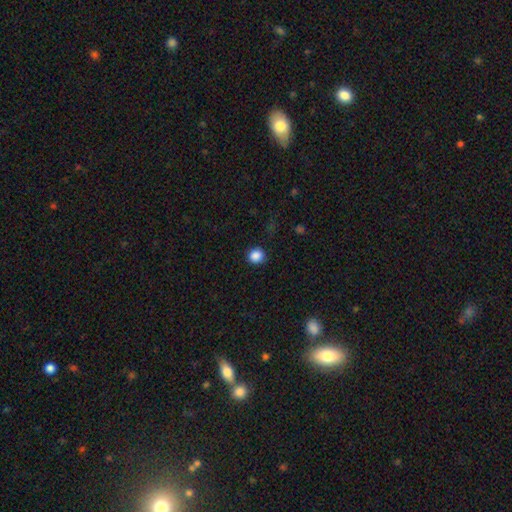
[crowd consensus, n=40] smooth_or_featured: smooth (p=0.93) [alt: star or artifact p=0.05]
how_rounded: round (p=0.97) [alt: in between p=0.03]
merging: none (p=0.92) [alt: major disturbance p=0.05]